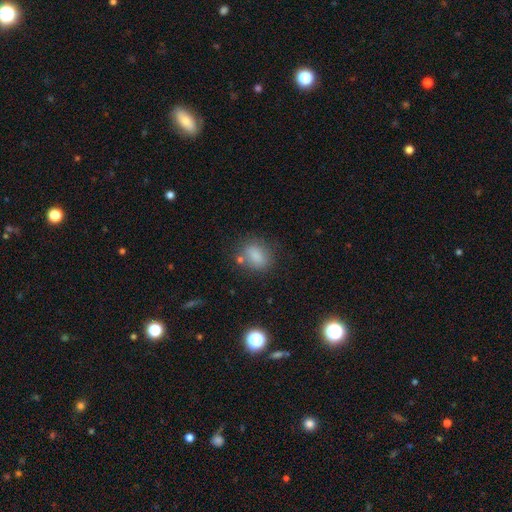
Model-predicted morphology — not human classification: This is clearly a smooth galaxy (83%). How rounded: likely in between (68%). Merging: likely none (71%).